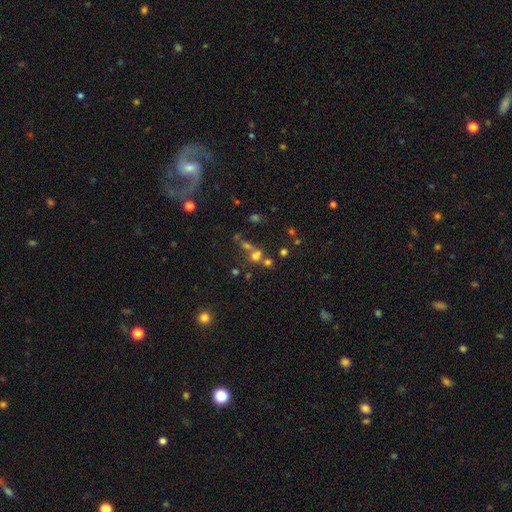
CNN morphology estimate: type=smooth (51%); roundness=round (74%); merging=merger (49%).